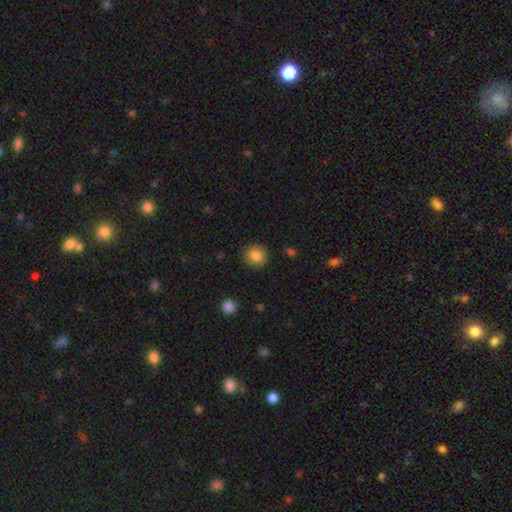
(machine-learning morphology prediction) This is clearly a smooth galaxy (84%). How rounded: clearly round (89%). Merging: clearly none (89%).